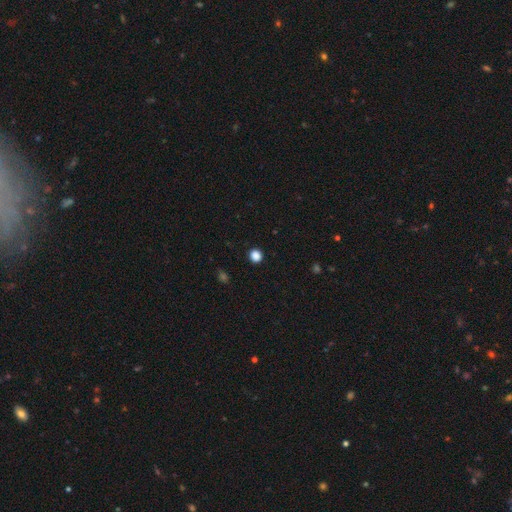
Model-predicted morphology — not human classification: This is clearly a smooth galaxy (86%). How rounded: clearly round (88%). Merging: clearly none (92%).